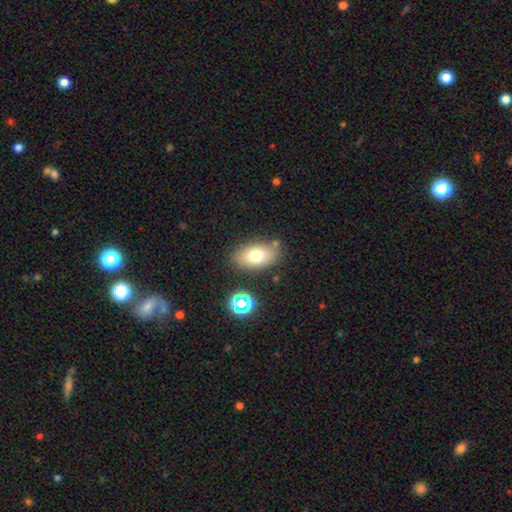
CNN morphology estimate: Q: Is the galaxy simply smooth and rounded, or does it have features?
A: smooth — 73%.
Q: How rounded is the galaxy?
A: in between — 88%.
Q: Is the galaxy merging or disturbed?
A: none — 80%.